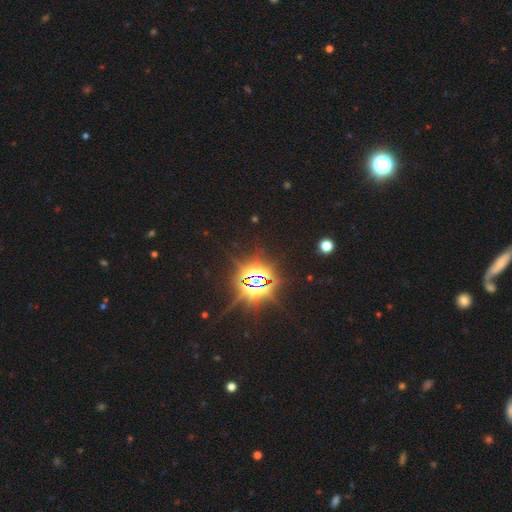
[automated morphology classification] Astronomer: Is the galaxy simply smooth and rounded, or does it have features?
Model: star or artifact — 82%.